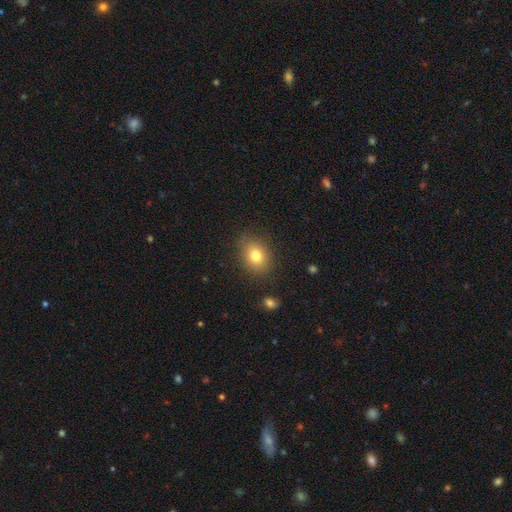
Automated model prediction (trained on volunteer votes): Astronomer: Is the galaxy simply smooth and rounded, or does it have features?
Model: smooth — 78%.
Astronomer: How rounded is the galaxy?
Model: in between — 54% (runner-up: round, 44%).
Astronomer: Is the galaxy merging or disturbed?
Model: none — 81%.